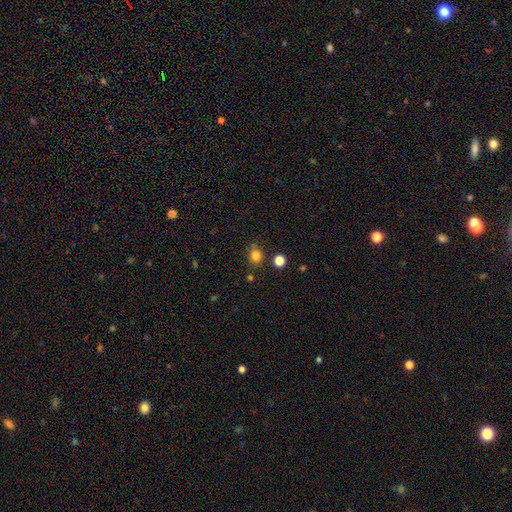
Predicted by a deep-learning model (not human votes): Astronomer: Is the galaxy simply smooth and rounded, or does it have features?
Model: smooth — 81%.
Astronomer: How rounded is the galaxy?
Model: round — 78%.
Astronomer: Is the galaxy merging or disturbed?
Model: none — 77%.